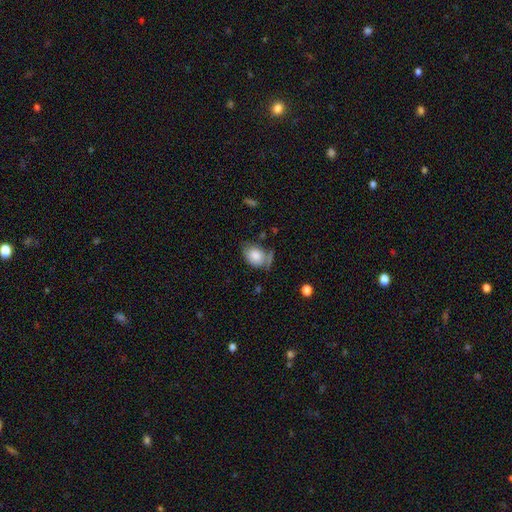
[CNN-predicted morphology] This appears to be a smooth galaxy with no disk features (80%) that is in between round and cigar-shaped (72%). Merging: none (49%).